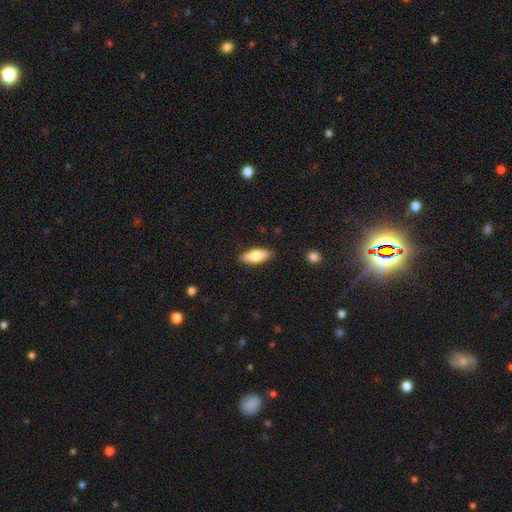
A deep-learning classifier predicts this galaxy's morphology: This appears to be a smooth galaxy with no disk features (70%) that is in between round and cigar-shaped (66%). Merging: none (87%).